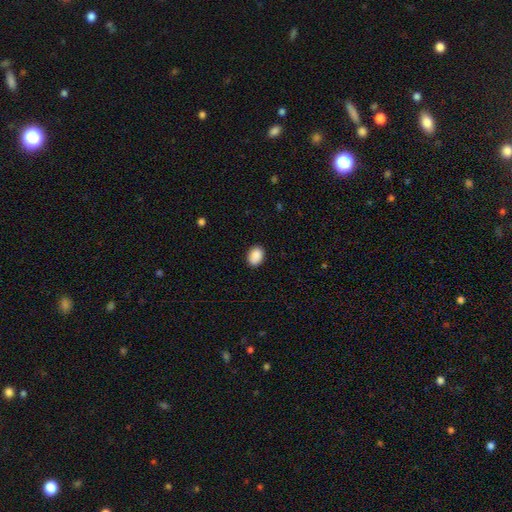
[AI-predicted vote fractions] Smooth or featured? smooth (89%)
How rounded? in between (74%)
Merging? none (88%)